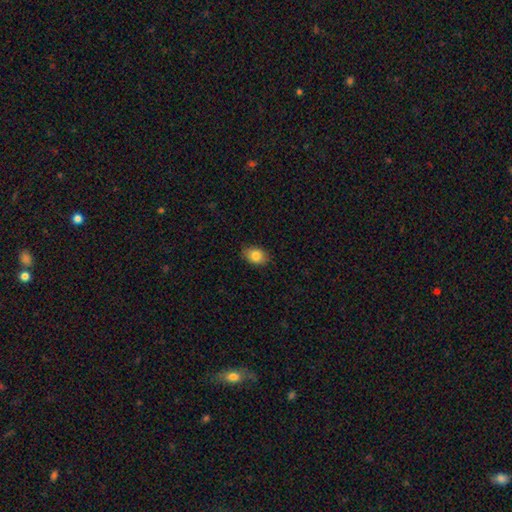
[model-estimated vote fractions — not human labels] Smooth or featured? Predicted: smooth (p=0.84). How rounded? Predicted: in between (p=0.72). Merging? Predicted: none (p=0.85).